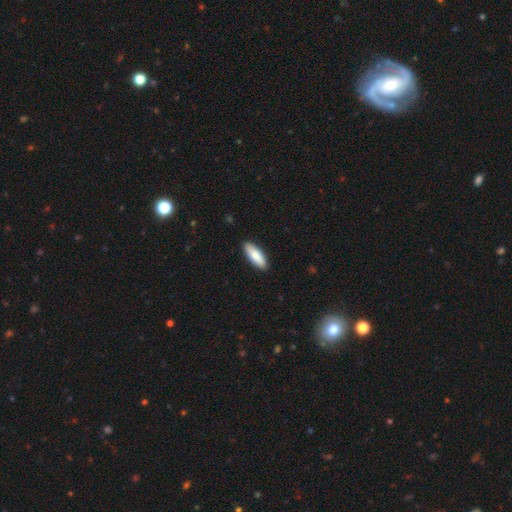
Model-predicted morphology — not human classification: Smooth or featured? Predicted: smooth (p=0.85). How rounded? Predicted: in between (p=0.61). Merging? Predicted: none (p=0.90).